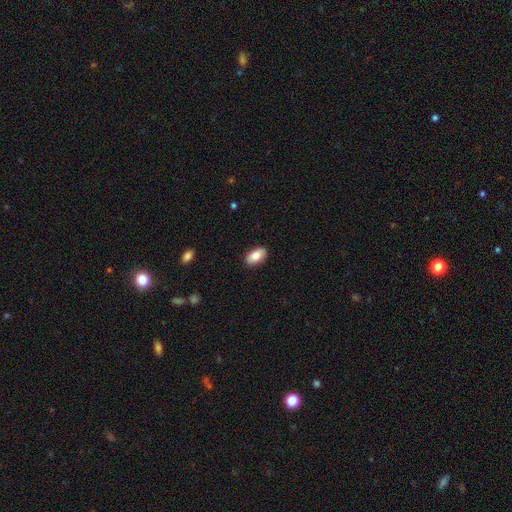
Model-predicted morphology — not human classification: smooth-or-featured: smooth: 85% | featured or disk: 9% | star or artifact: 7%
  how-rounded: in between: 94% | round: 4% | cigar-shaped: 3%
  merging: none: 87% | minor disturbance: 10% | major disturbance: 2% | merger: 1%